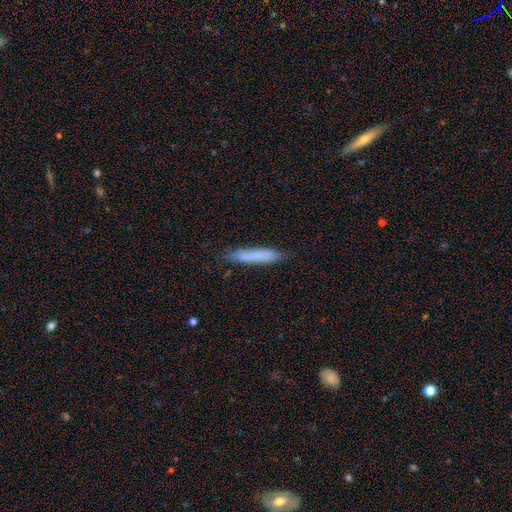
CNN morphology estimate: smooth_or_featured: smooth (p=0.78) [alt: featured or disk p=0.16]
how_rounded: cigar-shaped (p=0.91) [alt: in between p=0.08]
merging: none (p=0.80) [alt: minor disturbance p=0.16]